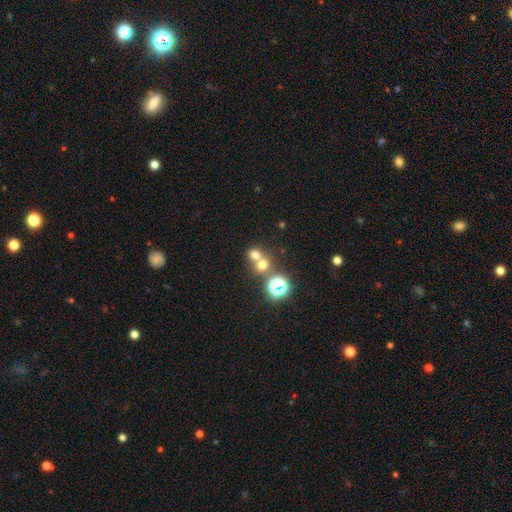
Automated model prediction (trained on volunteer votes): Smooth or featured?
  - smooth: 65% *
  - star or artifact: 23%
  - featured or disk: 12%
How rounded?
  - round: 77% *
  - in between: 21%
  - cigar-shaped: 1%
Merging?
  - merger: 50% *
  - none: 41%
  - minor disturbance: 6%
  - major disturbance: 3%